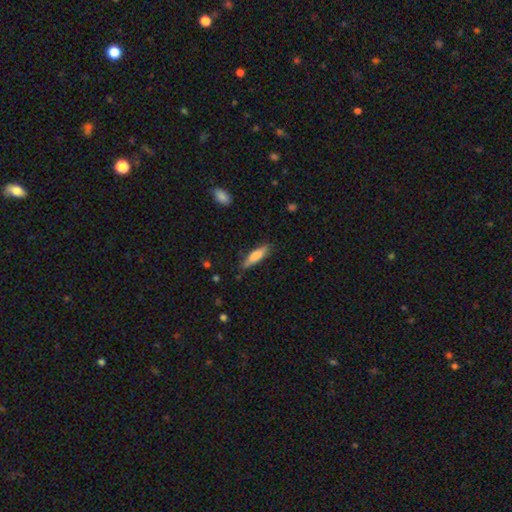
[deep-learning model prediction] smooth-or-featured: smooth: 75% | featured or disk: 19% | star or artifact: 6%
  how-rounded: cigar-shaped: 69% | in between: 29% | round: 2%
  merging: none: 78% | minor disturbance: 17% | major disturbance: 3% | merger: 2%